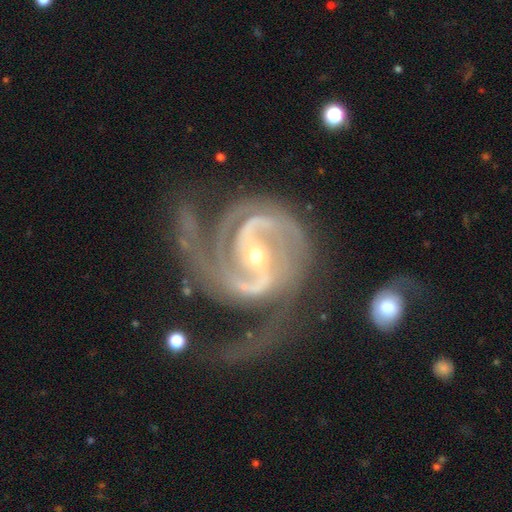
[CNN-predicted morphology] type=featured or disk (94%); edge-on=no (98%); bar=weak (35%); spiral arms=yes (99%); winding=medium (50%); arm count=2 (55%); bulge=small (74%); merging=none (45%).